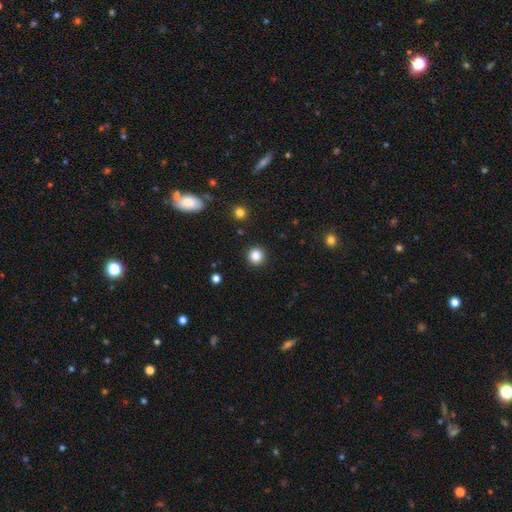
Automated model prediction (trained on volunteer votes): A smooth galaxy with no disk features (85%) that is round (95%). Merging: none (92%).